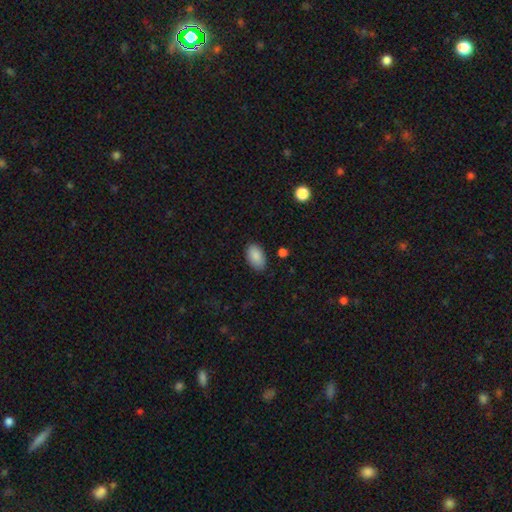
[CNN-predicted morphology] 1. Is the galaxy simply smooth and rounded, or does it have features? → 88% smooth, 7% star or artifact, 5% featured or disk.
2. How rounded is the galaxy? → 93% in between, 5% round, 1% cigar-shaped.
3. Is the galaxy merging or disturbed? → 84% none, 12% minor disturbance, 3% major disturbance, 1% merger.